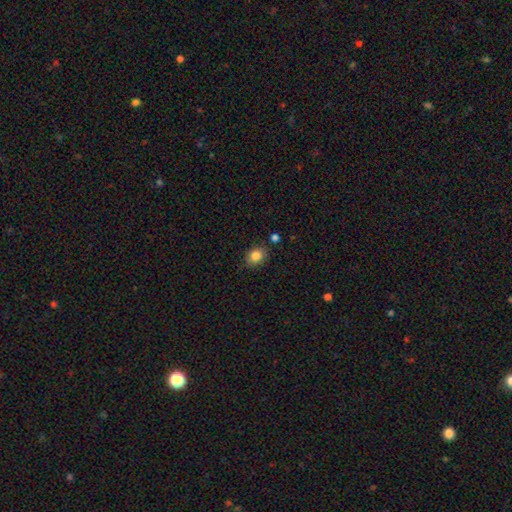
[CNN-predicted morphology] smooth_or_featured: smooth (p=0.85) [alt: star or artifact p=0.10]
how_rounded: round (p=0.50) [alt: in between p=0.49]
merging: none (p=0.82) [alt: minor disturbance p=0.12]